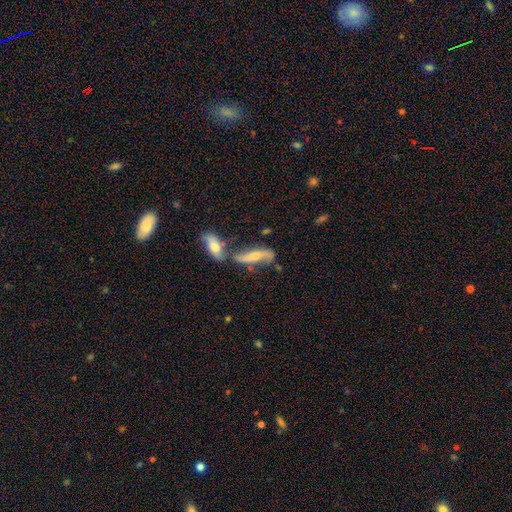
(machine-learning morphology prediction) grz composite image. It shows a featured or disk galaxy (59%). Merging: none (42%).